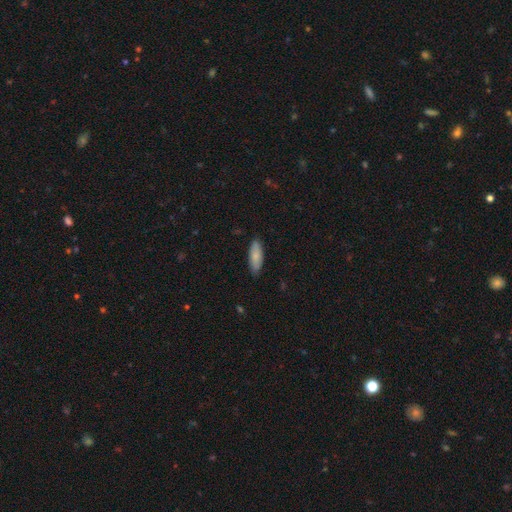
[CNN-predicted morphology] smooth 82%, featured or disk 12%, star or artifact 6%. Down the decision tree: how rounded — in between (69%); merging — none (84%).